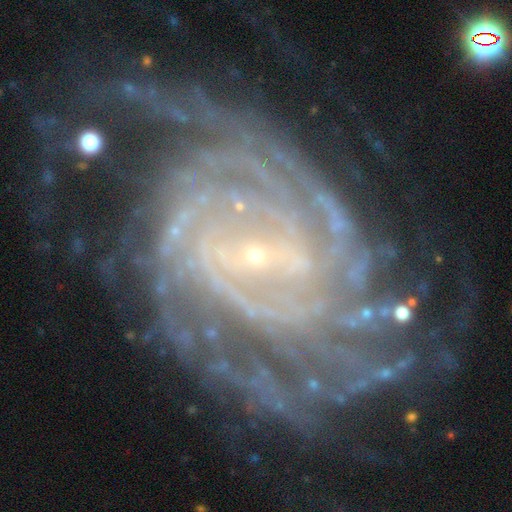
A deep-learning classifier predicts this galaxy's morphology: Smooth or featured?
  - featured or disk: 92% *
  - star or artifact: 5%
  - smooth: 3%
Edge-on disk?
  - no: 97% *
  - yes: 3%
Bar?
  - weak: 44% *
  - strong: 28%
  - no: 28%
Spiral arms?
  - yes: 98% *
  - no: 2%
Spiral winding?
  - tight: 69% *
  - medium: 25%
  - loose: 5%
Spiral arm count?
  - can't tell: 23% *
  - 4: 20%
  - more than 4: 18%
  - 2: 16%
  - 3: 14%
  - 1: 9%
Bulge size?
  - small: 85% *
  - moderate: 9%
  - none: 4%
  - large: 1%
  - dominant: 1%
Merging?
  - none: 67% *
  - minor disturbance: 18%
  - major disturbance: 14%
  - merger: 2%